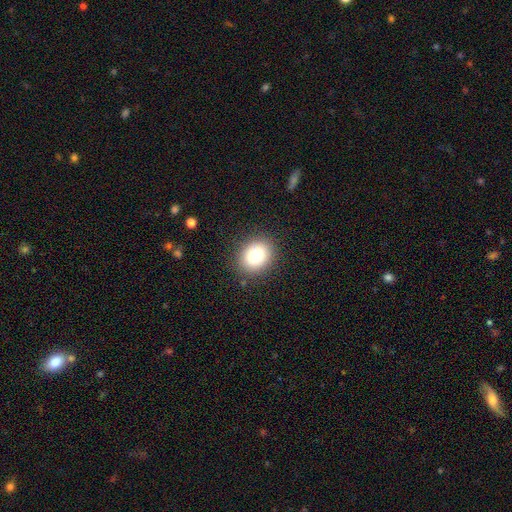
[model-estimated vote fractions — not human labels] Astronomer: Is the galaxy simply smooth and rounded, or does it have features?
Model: smooth — 81%.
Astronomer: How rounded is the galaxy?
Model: round — 58% (runner-up: in between, 41%).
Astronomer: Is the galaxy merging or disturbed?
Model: none — 87%.